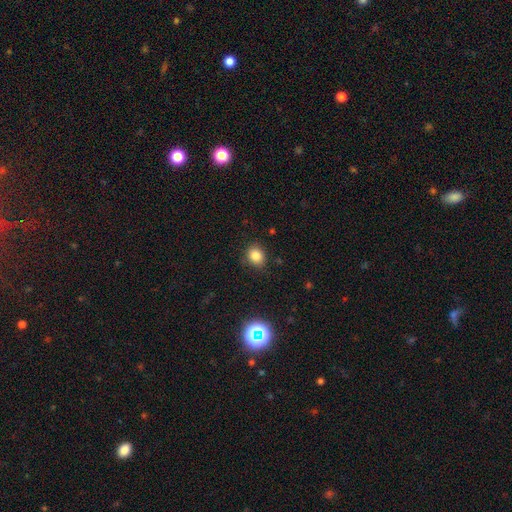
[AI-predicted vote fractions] Smooth or featured? Predicted: smooth (p=0.82). How rounded? Predicted: round (p=0.66). Merging? Predicted: none (p=0.84).